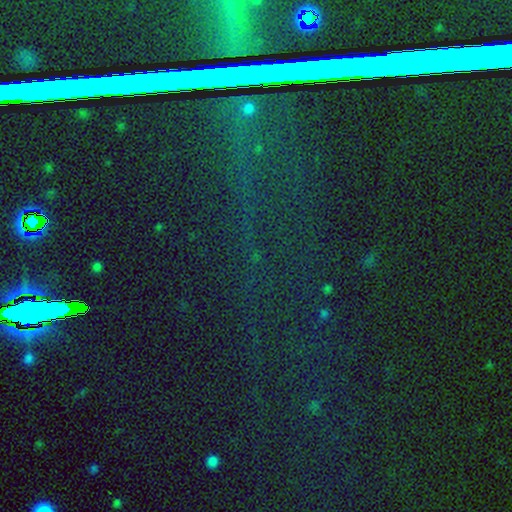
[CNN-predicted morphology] Overall: star or artifact (83%).